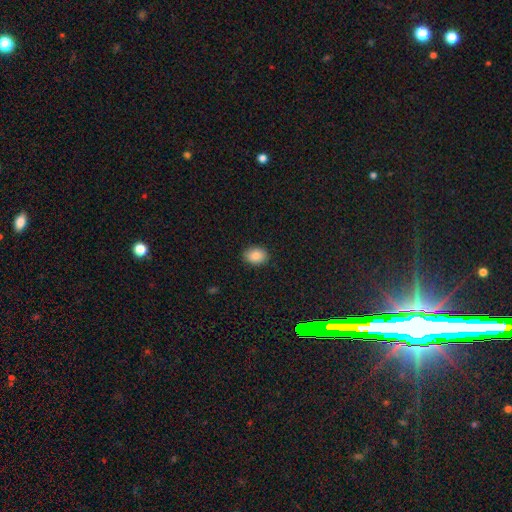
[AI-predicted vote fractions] Morphology: type=smooth (86%); roundness=in between (68%); merging=none (89%).